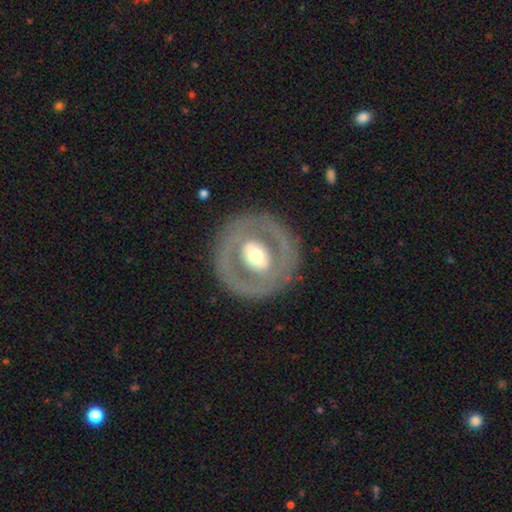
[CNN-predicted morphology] Smooth or featured? Predicted: featured or disk (p=0.63). Edge-on disk? Predicted: no (p=0.93). Bar? Predicted: no (p=0.51). Spiral arms? Predicted: no (p=0.84). Bulge size? Predicted: moderate (p=0.65). Merging? Predicted: none (p=0.83).